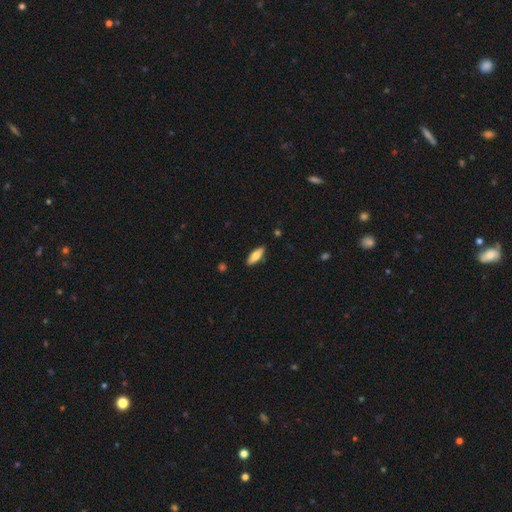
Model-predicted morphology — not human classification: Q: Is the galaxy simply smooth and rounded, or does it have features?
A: smooth — 73%.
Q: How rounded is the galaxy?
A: in between — 62%.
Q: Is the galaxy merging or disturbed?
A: none — 86%.